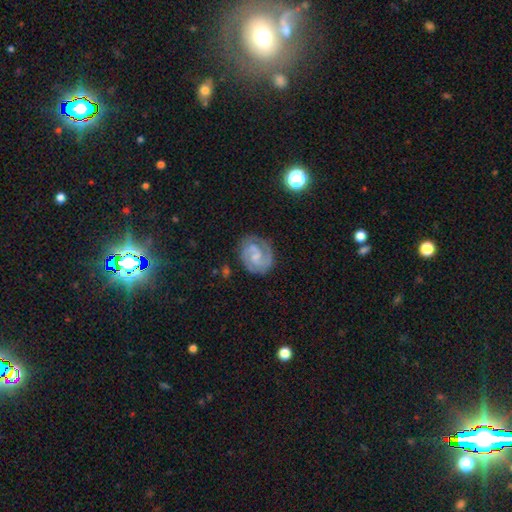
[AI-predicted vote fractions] featured or disk 85%, smooth 10%, star or artifact 6%. Down the decision tree: edge-on disk — no (98%); bar — weak (50%); spiral arms — yes (97%); spiral arm count — 2 (83%); spiral winding — medium (47%); bulge size — small (45%); merging — none (78%).